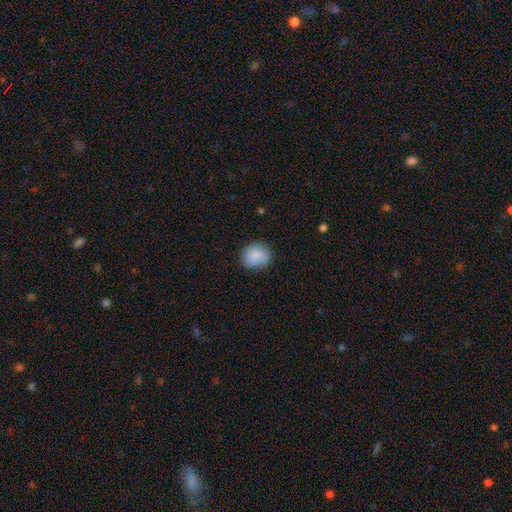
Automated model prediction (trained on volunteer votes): Smooth or featured? Predicted: smooth (p=0.85). How rounded? Predicted: round (p=0.82). Merging? Predicted: none (p=0.79).